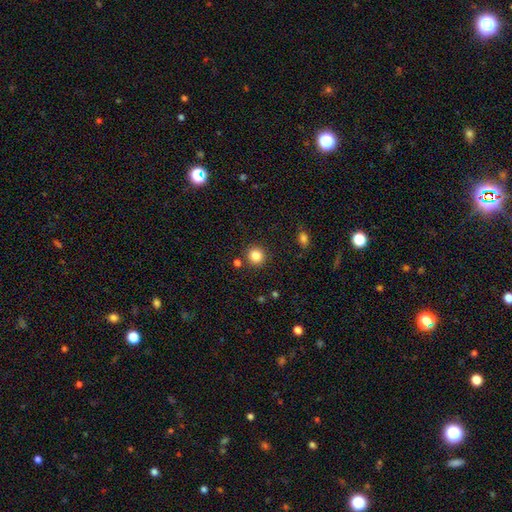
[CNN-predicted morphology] Smooth or featured? Predicted: smooth (p=0.84). How rounded? Predicted: round (p=0.92). Merging? Predicted: none (p=0.87).